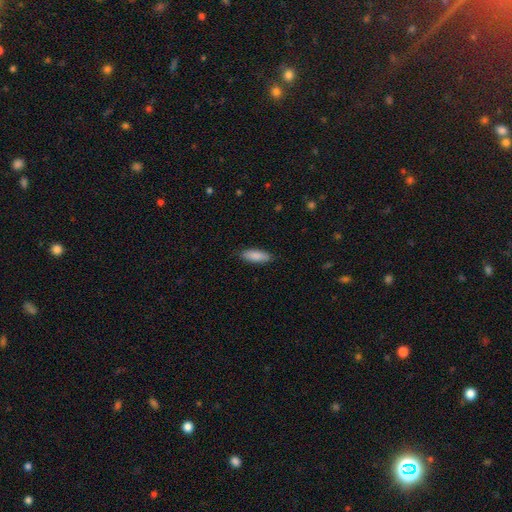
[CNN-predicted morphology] Smooth or featured?
  - smooth: 88% *
  - featured or disk: 6%
  - star or artifact: 6%
How rounded?
  - in between: 65% *
  - cigar-shaped: 33%
  - round: 2%
Merging?
  - none: 87% *
  - minor disturbance: 10%
  - major disturbance: 2%
  - merger: 1%